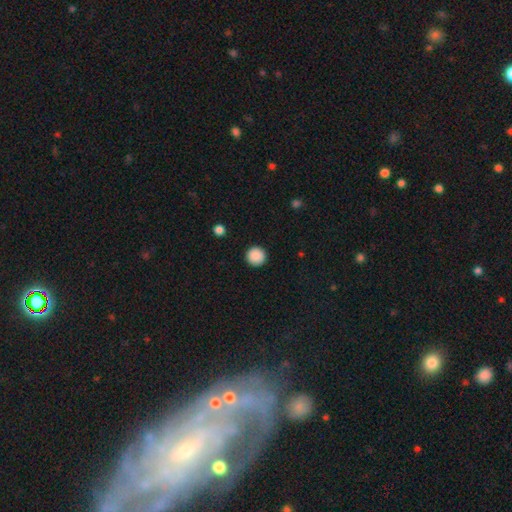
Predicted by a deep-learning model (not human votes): Smooth or featured? Predicted: smooth (p=0.90). How rounded? Predicted: round (p=0.96). Merging? Predicted: none (p=0.93).